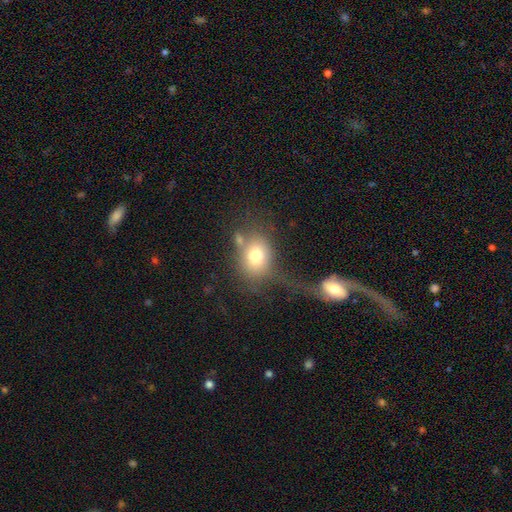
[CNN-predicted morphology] Smooth or featured? smooth (74%)
How rounded? in between (51%)
Merging? none (44%)